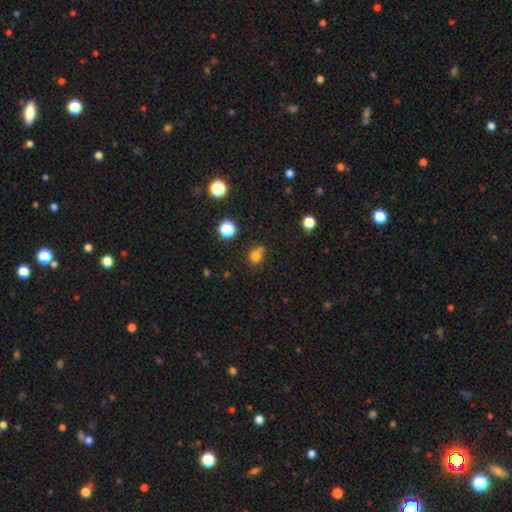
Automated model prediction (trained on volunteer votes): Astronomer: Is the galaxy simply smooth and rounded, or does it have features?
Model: smooth — 76%.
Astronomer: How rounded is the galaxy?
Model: round — 72%.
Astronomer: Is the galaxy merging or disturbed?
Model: none — 61%.